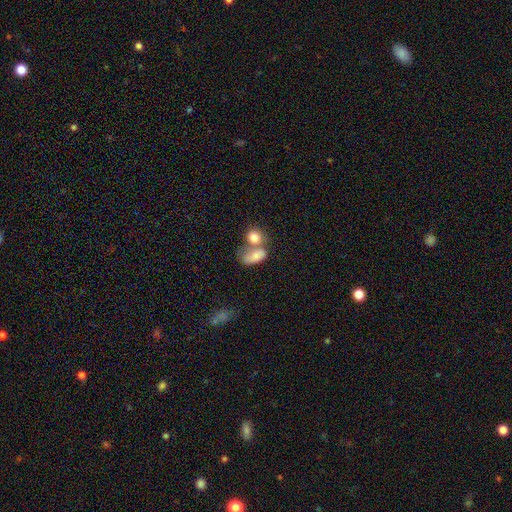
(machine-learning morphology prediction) The model was most divided on "merging": merger: 61%, none: 21%, minor disturbance: 10%, major disturbance: 8%. More confident: how rounded — in between (79%); smooth or featured — smooth (76%).